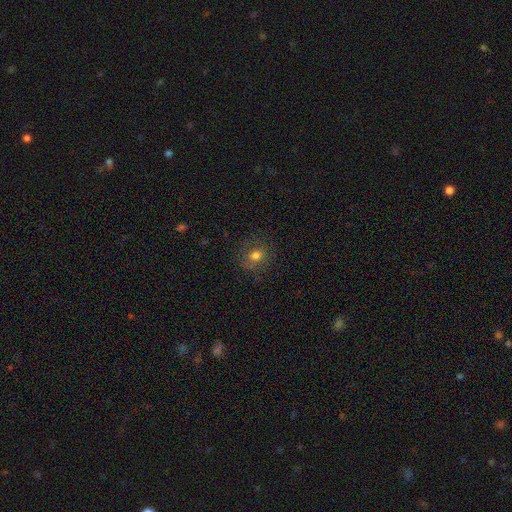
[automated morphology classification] smooth_or_featured: smooth (p=0.69) [alt: featured or disk p=0.16]
how_rounded: round (p=0.75) [alt: in between p=0.24]
merging: none (p=0.78) [alt: minor disturbance p=0.14]